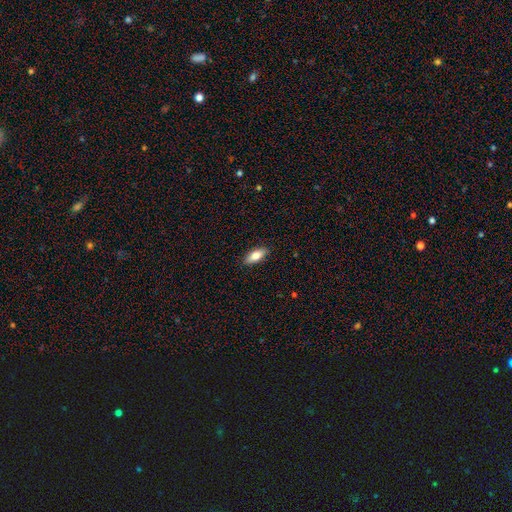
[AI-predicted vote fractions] smooth_or_featured: smooth (p=0.76) [alt: featured or disk p=0.18]
how_rounded: in between (p=0.79) [alt: cigar-shaped p=0.18]
merging: none (p=0.89) [alt: minor disturbance p=0.09]